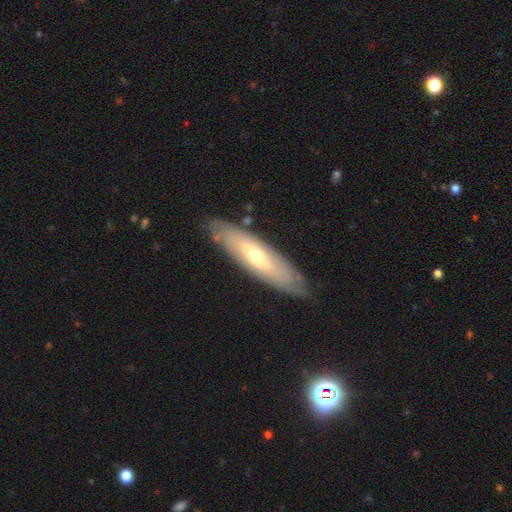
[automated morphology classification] The model was most divided on "edge-on disk": no: 56%, yes: 44%. More confident: merging — none (83%); smooth or featured — featured or disk (54%).